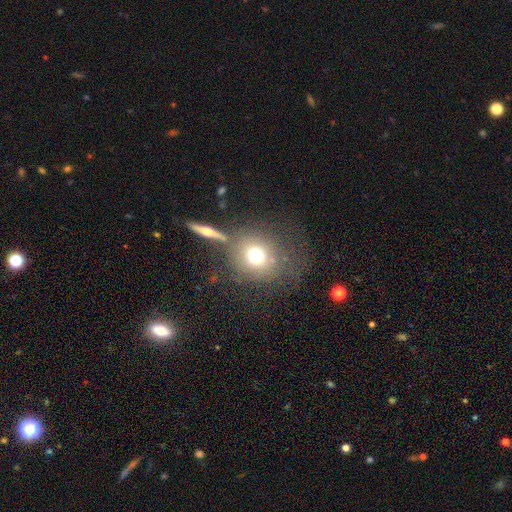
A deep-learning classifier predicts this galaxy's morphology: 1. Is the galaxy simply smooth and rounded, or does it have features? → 69% smooth, 18% featured or disk, 13% star or artifact.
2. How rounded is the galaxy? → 80% round, 18% in between, 1% cigar-shaped.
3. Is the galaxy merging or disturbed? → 63% none, 15% merger, 13% minor disturbance, 9% major disturbance.